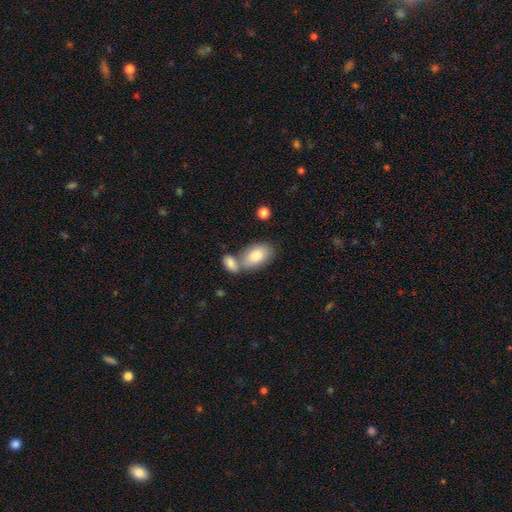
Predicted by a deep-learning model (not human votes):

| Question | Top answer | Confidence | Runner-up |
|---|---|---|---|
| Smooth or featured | smooth | 84% | featured or disk (10%) |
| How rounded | in between | 92% | round (7%) |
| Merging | merger | 47% | none (36%) |